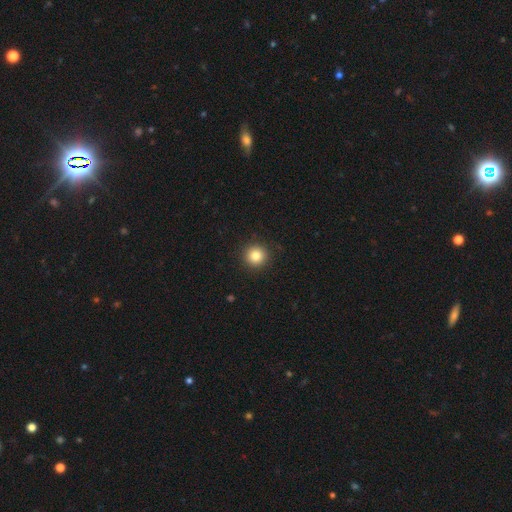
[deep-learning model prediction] A smooth galaxy with no disk features (84%) that is round (95%).

Vote fractions:
- Smooth or featured? smooth: 84% / star or artifact: 11% / featured or disk: 5%
- How rounded? round: 95% / in between: 4% / cigar-shaped: 1%
- Merging? none: 92% / minor disturbance: 5% / major disturbance: 2% / merger: 1%